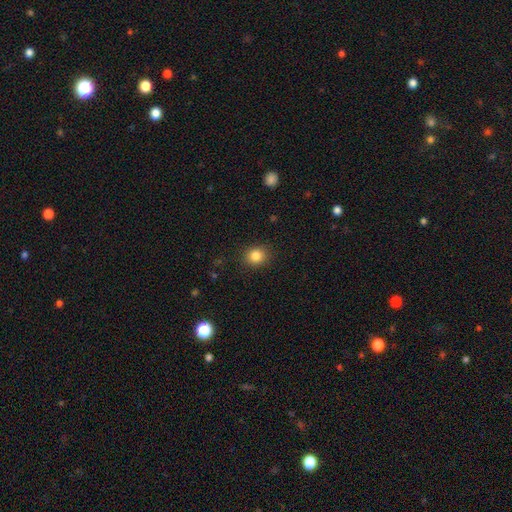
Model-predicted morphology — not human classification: Q: Smooth or featured?
A: smooth (83%); runner-up: star or artifact (11%)
Q: How rounded?
A: round (78%); runner-up: in between (21%)
Q: Merging?
A: none (89%); runner-up: minor disturbance (7%)